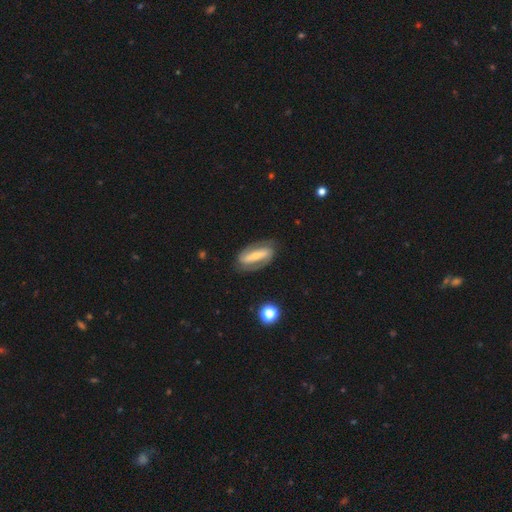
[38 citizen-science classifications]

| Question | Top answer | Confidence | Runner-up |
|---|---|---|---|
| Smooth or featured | featured or disk | 84% | smooth (16%) |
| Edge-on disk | no | 91% | yes (9%) |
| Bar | strong | 83% | weak (10%) |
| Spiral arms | yes | 97% | no (3%) |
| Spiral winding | medium | 64% | tight (21%) |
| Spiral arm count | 2 | 100% | — |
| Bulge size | small | 48% | moderate (38%) |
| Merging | none | 76% | minor disturbance (13%) |